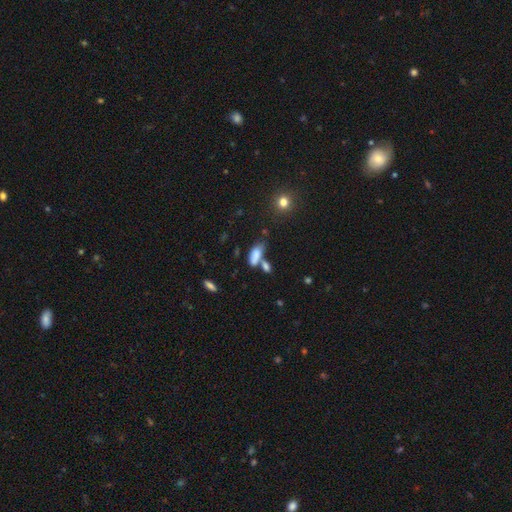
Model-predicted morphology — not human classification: Smooth or featured? Predicted: smooth (p=0.78). How rounded? Predicted: in between (p=0.80). Merging? Predicted: merger (p=0.40).